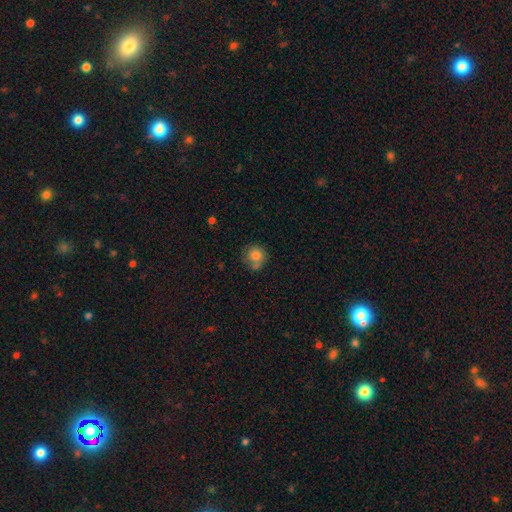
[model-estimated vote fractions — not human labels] This is likely a smooth galaxy (78%). How rounded: clearly round (87%). Merging: possibly none (58%).